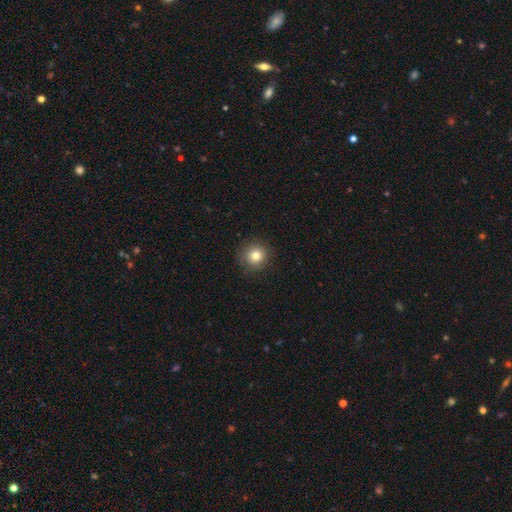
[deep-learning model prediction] smooth_or_featured: smooth (p=0.81) [alt: star or artifact p=0.11]
how_rounded: round (p=0.94) [alt: in between p=0.05]
merging: none (p=0.88) [alt: minor disturbance p=0.08]